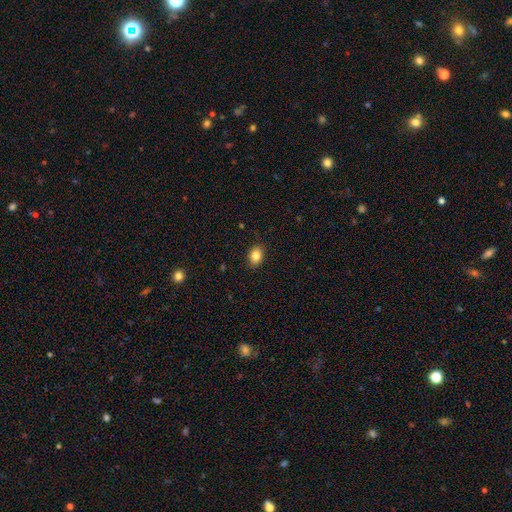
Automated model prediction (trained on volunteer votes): Overall: smooth (84%). How rounded: in between (69%; round 29%). Merging: none (88%).